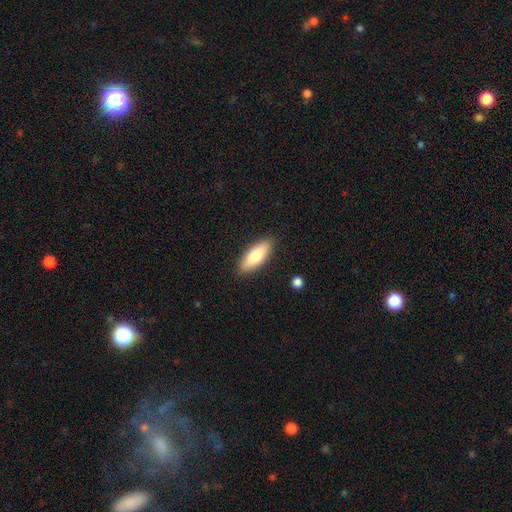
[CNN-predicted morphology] smooth_or_featured: smooth (p=0.75) [alt: featured or disk p=0.19]
how_rounded: in between (p=0.72) [alt: cigar-shaped p=0.26]
merging: none (p=0.88) [alt: minor disturbance p=0.09]